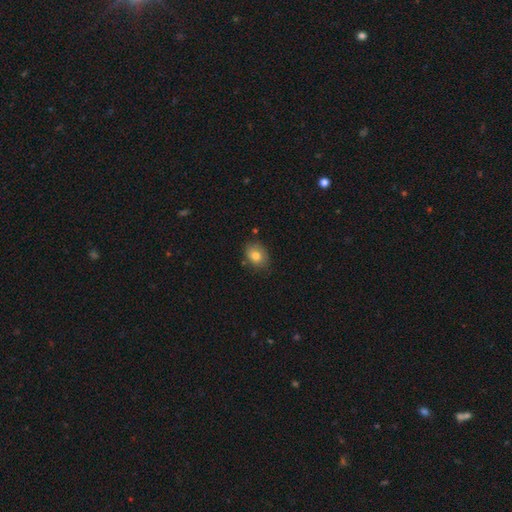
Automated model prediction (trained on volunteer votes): smooth-or-featured: smooth: 79% | featured or disk: 12% | star or artifact: 9%
  how-rounded: in between: 60% | round: 39% | cigar-shaped: 1%
  merging: none: 76% | minor disturbance: 18% | major disturbance: 3% | merger: 3%